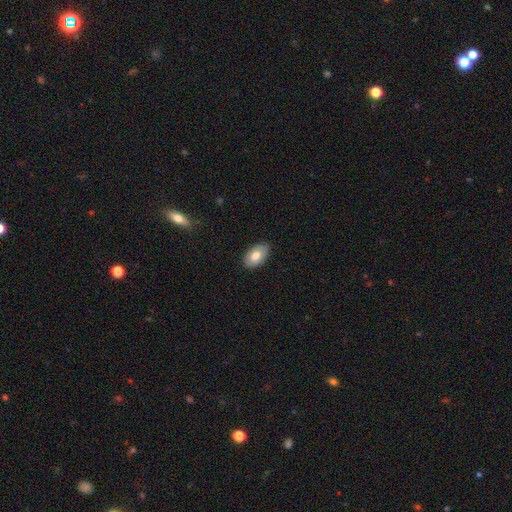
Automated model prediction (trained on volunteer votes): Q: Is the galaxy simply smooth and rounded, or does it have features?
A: smooth — 75%.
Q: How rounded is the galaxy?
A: in between — 93%.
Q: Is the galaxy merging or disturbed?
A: none — 84%.